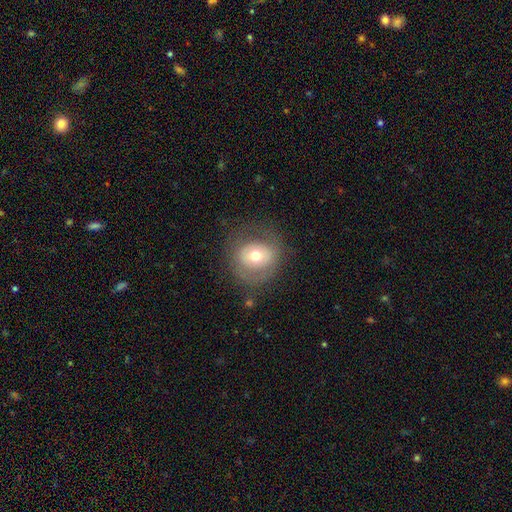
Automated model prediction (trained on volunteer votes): Smooth or featured?
  - smooth: 56% *
  - featured or disk: 35%
  - star or artifact: 9%
How rounded?
  - round: 79% *
  - in between: 20%
  - cigar-shaped: 1%
Merging?
  - none: 70% *
  - minor disturbance: 17%
  - major disturbance: 12%
  - merger: 1%